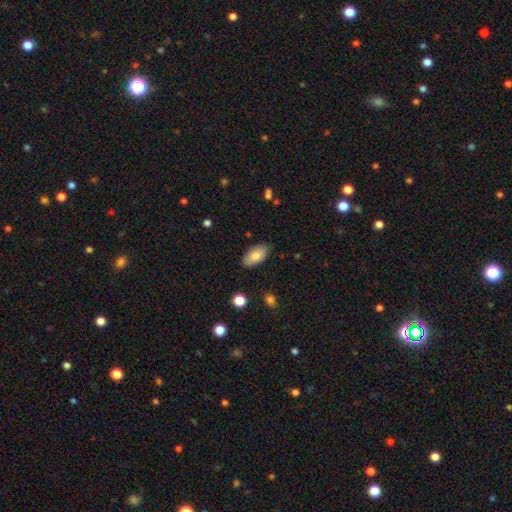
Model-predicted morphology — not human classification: Smooth or featured? Predicted: smooth (p=0.82). How rounded? Predicted: in between (p=0.93). Merging? Predicted: none (p=0.85).